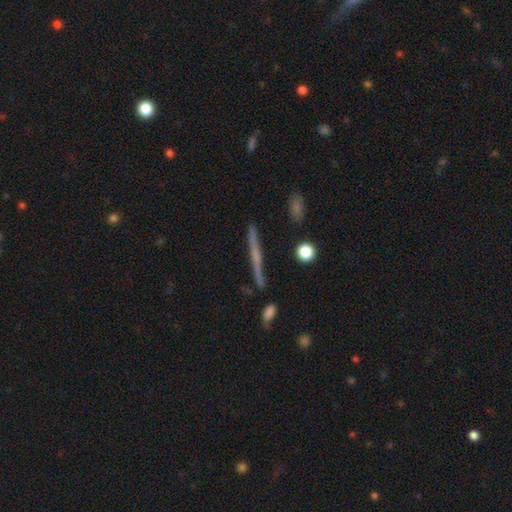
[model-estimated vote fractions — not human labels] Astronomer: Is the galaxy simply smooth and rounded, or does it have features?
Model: featured or disk — 63%.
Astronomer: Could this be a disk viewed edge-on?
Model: yes — 96%.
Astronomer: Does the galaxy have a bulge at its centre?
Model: none — 49% (runner-up: rounded, 42%).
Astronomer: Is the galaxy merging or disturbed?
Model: none — 87%.